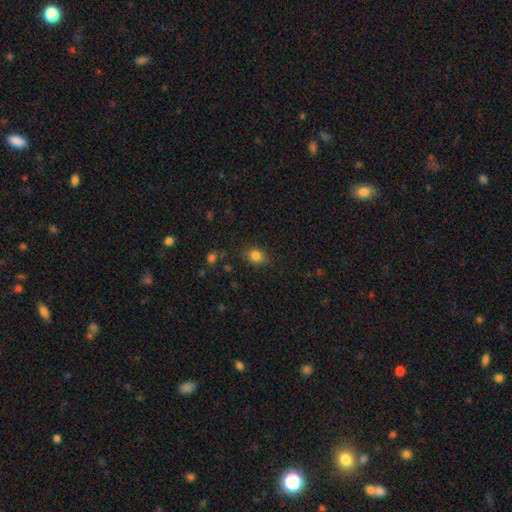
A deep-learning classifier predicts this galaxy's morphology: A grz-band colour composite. It shows a smooth galaxy with no disk features (82%) that is in between round and cigar-shaped (56%). Merging: none (80%).